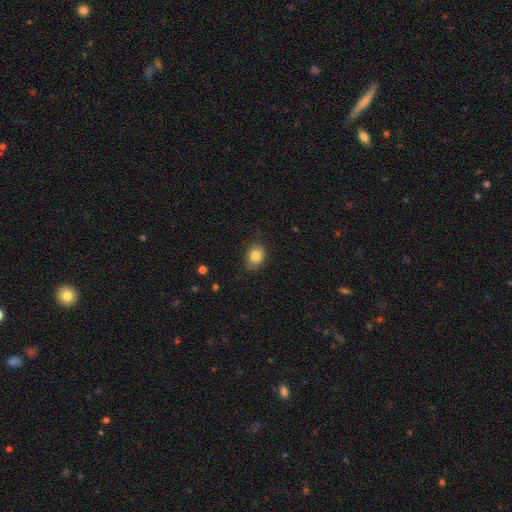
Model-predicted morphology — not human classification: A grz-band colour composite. It shows a smooth galaxy with no disk features (83%) that is in between round and cigar-shaped (56%). Merging: none (78%).